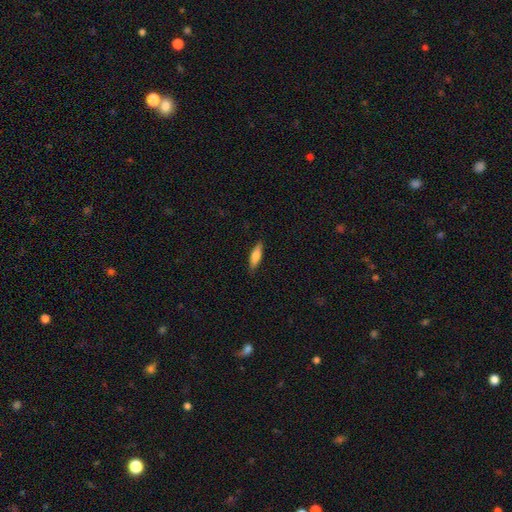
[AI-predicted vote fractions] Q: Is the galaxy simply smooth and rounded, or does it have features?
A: smooth — 77%.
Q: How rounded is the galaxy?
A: cigar-shaped — 57%.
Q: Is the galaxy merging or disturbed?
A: none — 87%.